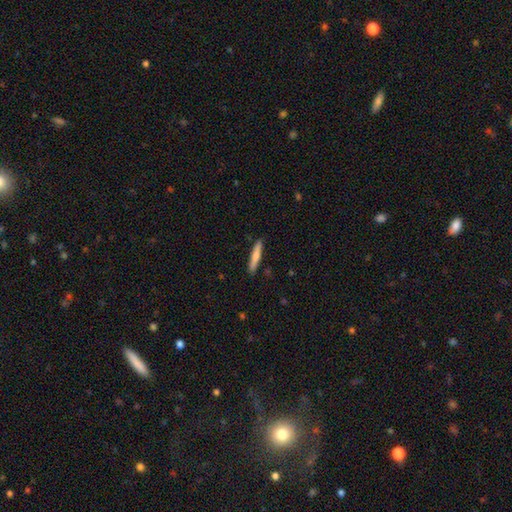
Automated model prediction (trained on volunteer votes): A smooth galaxy with no disk features (71%) that is cigar-shaped (91%).

Vote fractions:
- Smooth or featured? smooth: 71% / featured or disk: 24% / star or artifact: 5%
- How rounded? cigar-shaped: 91% / in between: 7% / round: 1%
- Merging? none: 89% / minor disturbance: 8% / major disturbance: 2% / merger: 1%